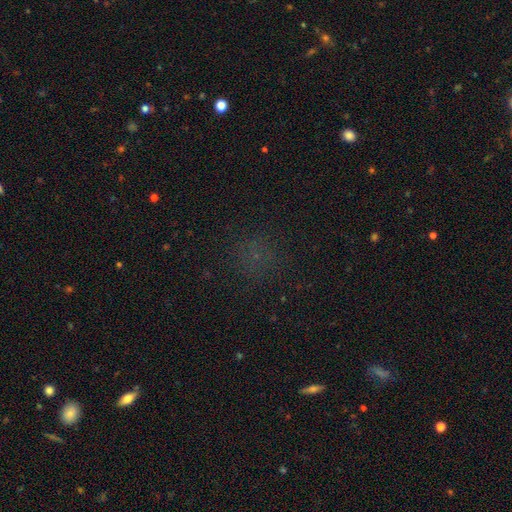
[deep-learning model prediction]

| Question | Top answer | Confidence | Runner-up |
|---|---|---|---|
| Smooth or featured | smooth | 47% | star or artifact (43%) |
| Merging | none | 80% | minor disturbance (11%) |